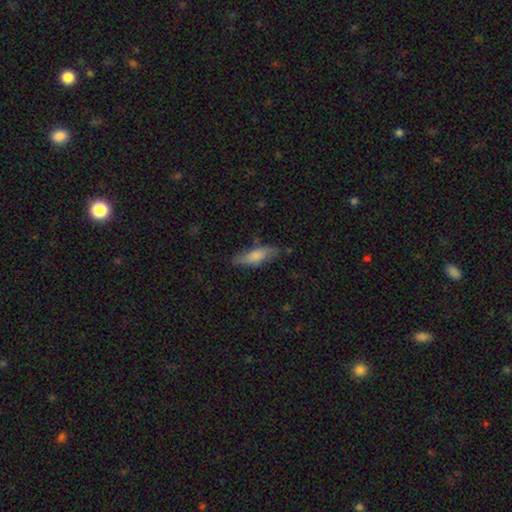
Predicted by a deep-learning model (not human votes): The model was most divided on "how rounded": cigar-shaped: 52%, in between: 46%, round: 2%. More confident: merging — none (76%); smooth or featured — smooth (74%).